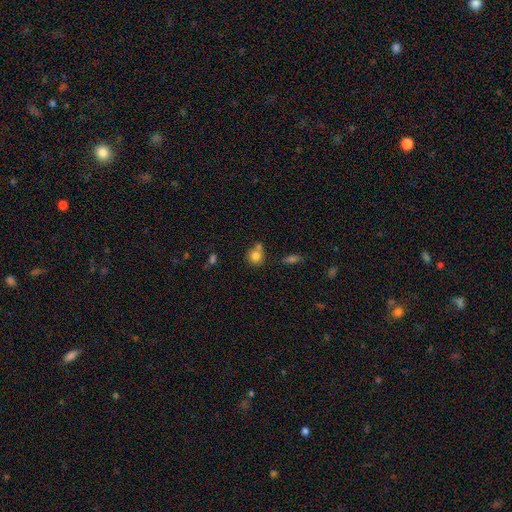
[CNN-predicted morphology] This is likely a smooth galaxy (80%). How rounded: clearly round (81%). Merging: possibly none (54%).